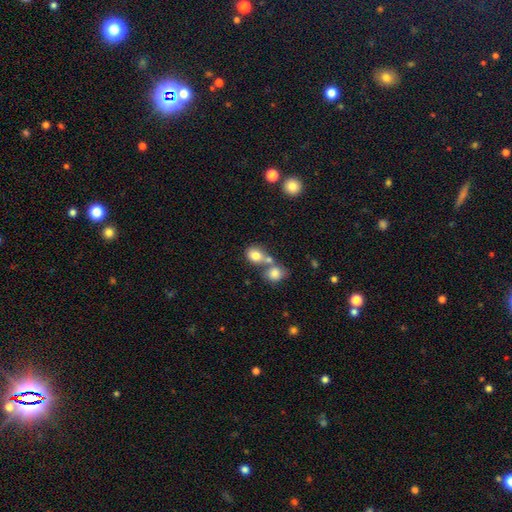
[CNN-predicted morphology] type=smooth (80%); roundness=round (61%); merging=merger (50%).